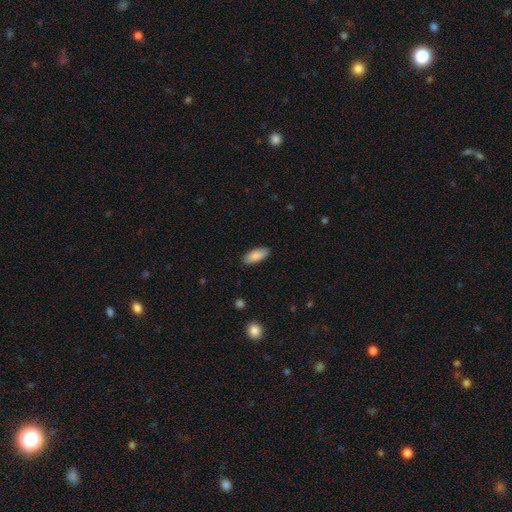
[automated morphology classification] This is clearly a smooth galaxy (87%). How rounded: clearly in between (83%). Merging: clearly none (89%).